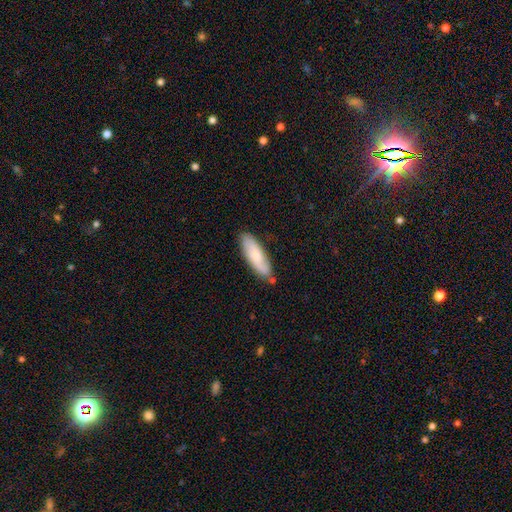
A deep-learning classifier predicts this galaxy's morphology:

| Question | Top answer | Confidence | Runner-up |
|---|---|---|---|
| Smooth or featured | smooth | 64% | featured or disk (30%) |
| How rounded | cigar-shaped | 51% | in between (47%) |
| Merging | none | 79% | minor disturbance (15%) |